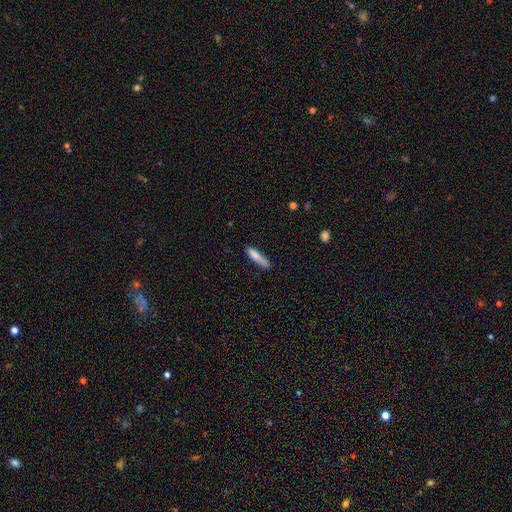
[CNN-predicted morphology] smooth_or_featured: smooth (p=0.82) [alt: featured or disk p=0.12]
how_rounded: cigar-shaped (p=0.83) [alt: in between p=0.16]
merging: none (p=0.67) [alt: minor disturbance p=0.24]